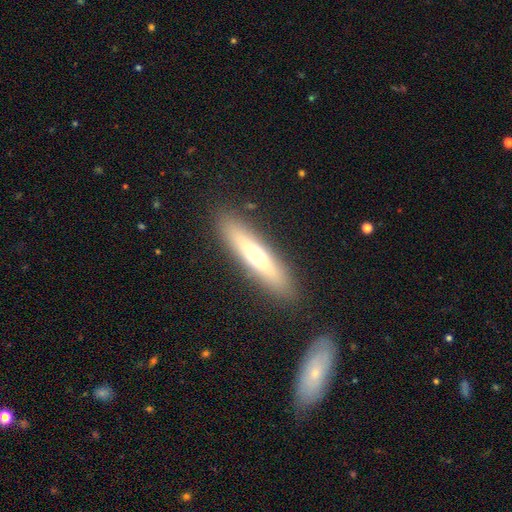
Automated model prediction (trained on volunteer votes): Q: Smooth or featured?
A: smooth (53%); runner-up: featured or disk (40%)
Q: How rounded?
A: cigar-shaped (83%); runner-up: in between (16%)
Q: Merging?
A: none (88%); runner-up: minor disturbance (8%)